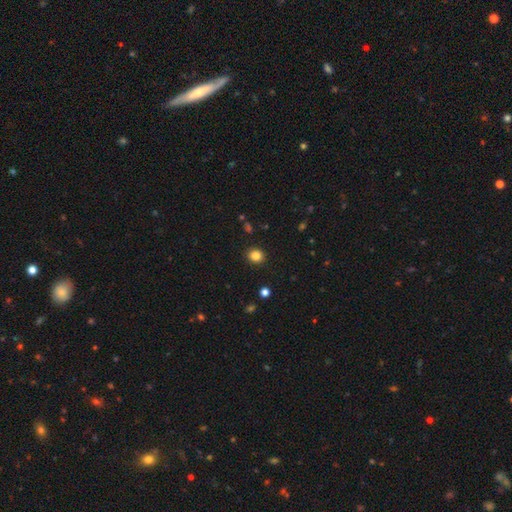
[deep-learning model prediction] smooth 83%, star or artifact 12%, featured or disk 5%. Down the decision tree: how rounded — round (80%); merging — none (91%).